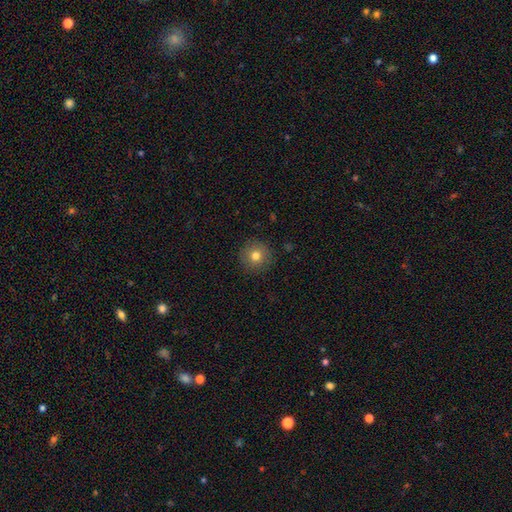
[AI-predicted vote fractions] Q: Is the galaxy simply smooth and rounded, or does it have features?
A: smooth — 78%.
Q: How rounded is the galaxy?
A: round — 95%.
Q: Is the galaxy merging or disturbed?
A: none — 91%.